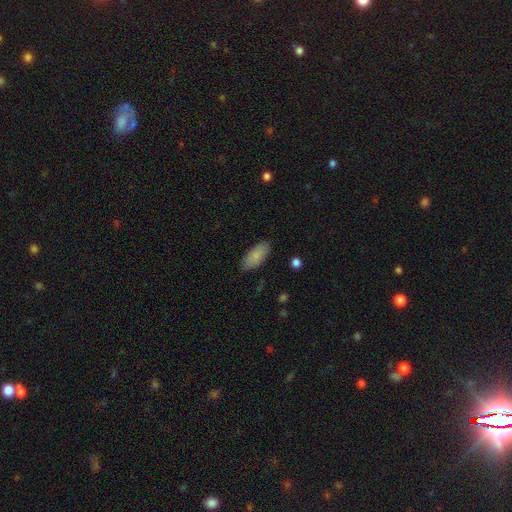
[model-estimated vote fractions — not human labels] smooth 84%, featured or disk 10%, star or artifact 6%. Down the decision tree: how rounded — in between (87%); merging — none (84%).